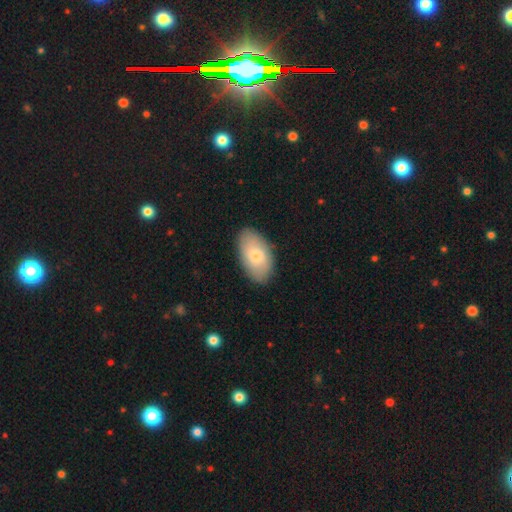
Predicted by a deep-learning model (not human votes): The model was most divided on "smooth or featured": smooth: 70%, featured or disk: 25%, star or artifact: 6%. More confident: how rounded — in between (94%); merging — none (86%).